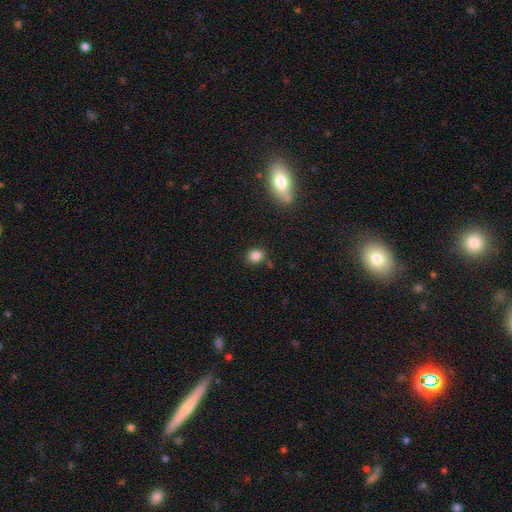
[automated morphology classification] A smooth galaxy with no disk features (84%) that is round (70%).

Vote fractions:
- Smooth or featured? smooth: 84% / star or artifact: 12% / featured or disk: 4%
- How rounded? round: 70% / in between: 29% / cigar-shaped: 1%
- Merging? none: 77% / minor disturbance: 14% / merger: 5% / major disturbance: 4%